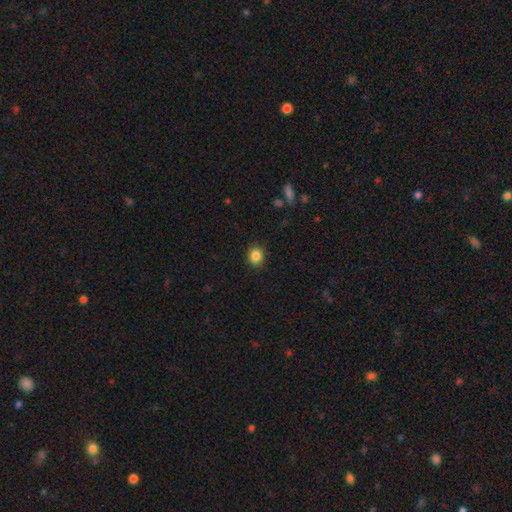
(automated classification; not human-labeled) Smooth or featured? Predicted: smooth (p=0.85). How rounded? Predicted: round (p=0.78). Merging? Predicted: none (p=0.90).